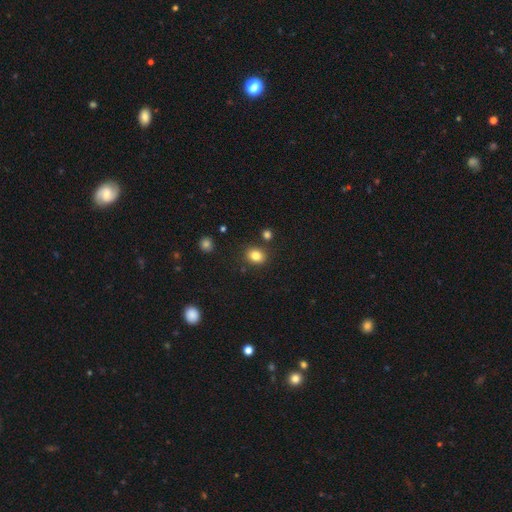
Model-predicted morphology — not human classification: type=smooth (83%); roundness=round (59%); merging=none (83%).